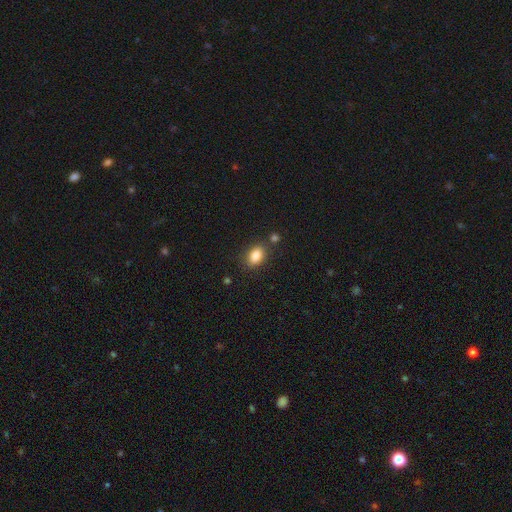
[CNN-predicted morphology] Smooth or featured?
  - smooth: 85% *
  - star or artifact: 9%
  - featured or disk: 6%
How rounded?
  - in between: 83% *
  - round: 16%
  - cigar-shaped: 2%
Merging?
  - none: 79% *
  - minor disturbance: 11%
  - merger: 7%
  - major disturbance: 3%